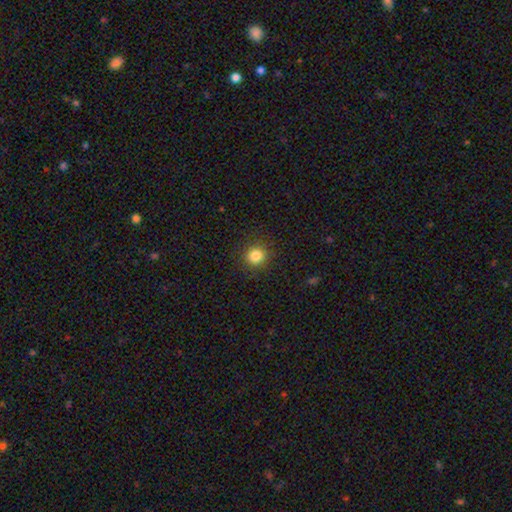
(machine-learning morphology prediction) type=smooth (83%); roundness=round (93%); merging=none (91%).